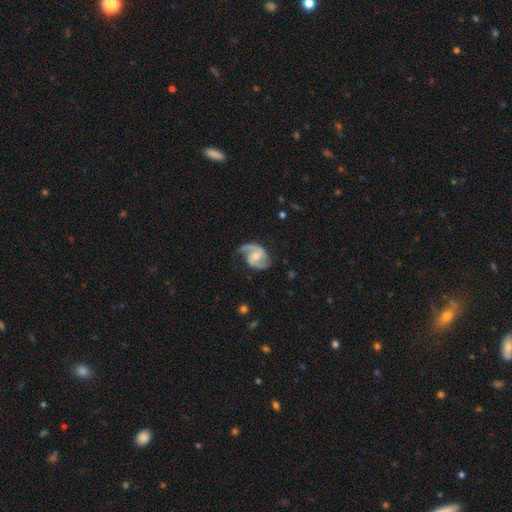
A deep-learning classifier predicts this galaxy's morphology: The model was most divided on "bar": weak: 46%, no: 42%, strong: 12%. More confident: edge-on disk — no (98%); spiral arms — yes (97%); smooth or featured — featured or disk (89%); spiral arm count — 2 (87%); merging — none (66%); bulge size — moderate (59%); spiral winding — medium (54%).